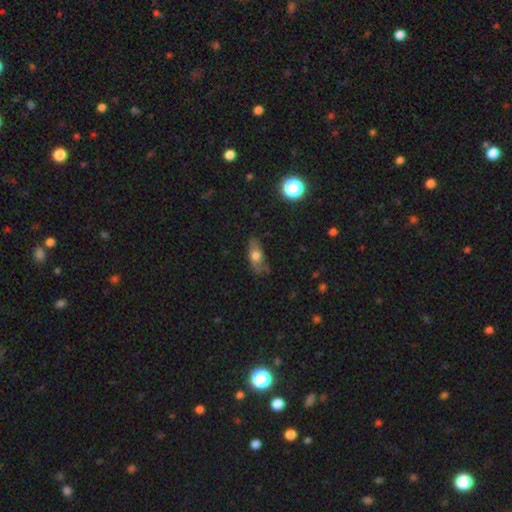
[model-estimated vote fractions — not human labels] Morphology: type=smooth (63%); roundness=in between (76%); merging=none (68%).